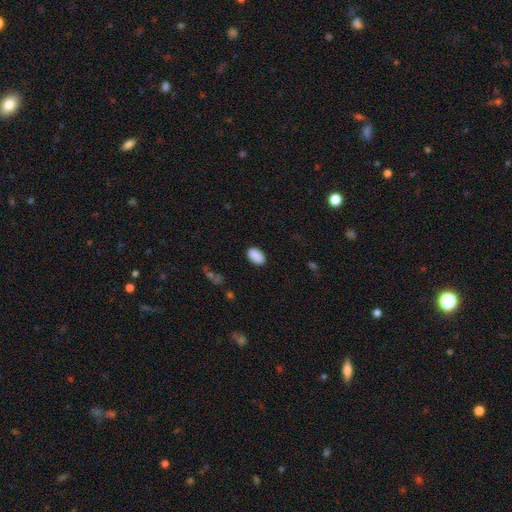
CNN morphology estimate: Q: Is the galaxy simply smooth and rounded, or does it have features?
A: smooth — 90%.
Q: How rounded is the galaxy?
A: in between — 92%.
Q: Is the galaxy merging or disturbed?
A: none — 87%.